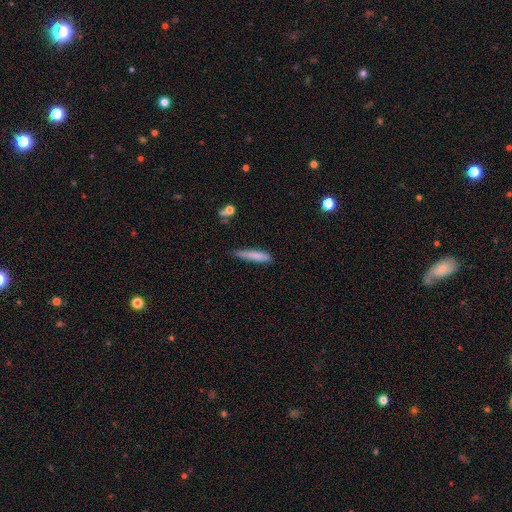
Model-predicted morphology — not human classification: Overall: smooth (77%). How rounded: cigar-shaped (89%). Merging: none (64%; minor disturbance 28%).